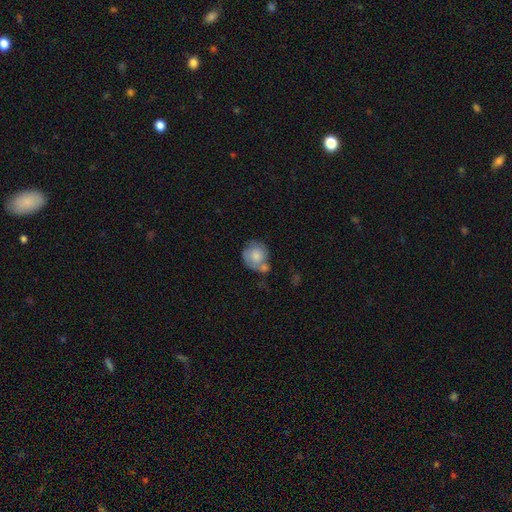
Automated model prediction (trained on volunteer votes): This appears to be a smooth galaxy with no disk features (67%) that is round (81%). Merging: none (38%).